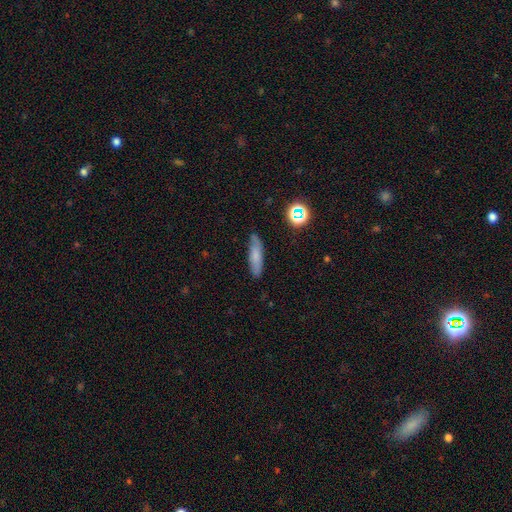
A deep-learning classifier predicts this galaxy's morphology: A smooth galaxy with no disk features (71%) that is cigar-shaped (68%). Merging: none (81%).